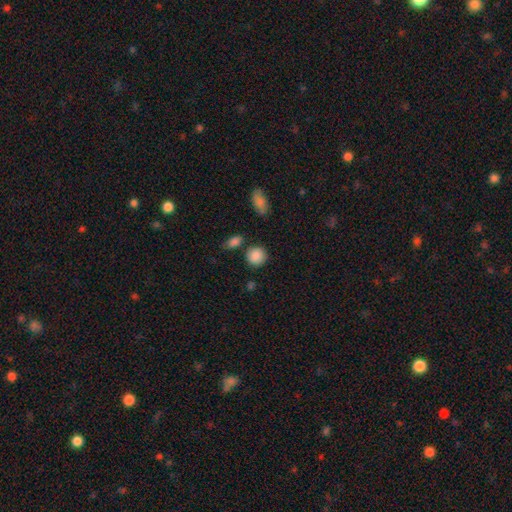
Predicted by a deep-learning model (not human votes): smooth_or_featured: smooth (p=0.88) [alt: star or artifact p=0.08]
how_rounded: round (p=0.85) [alt: in between p=0.14]
merging: none (p=0.79) [alt: minor disturbance p=0.12]